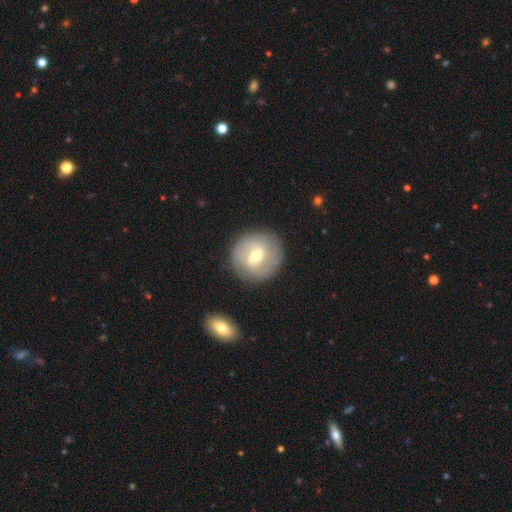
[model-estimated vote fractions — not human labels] Overall: featured or disk (66%; smooth 28%). Edge-on disk: no (96%). Bar: weak (58%; strong 22%). Spiral arms: yes (77%). Bulge size: moderate (70%). Merging: none (83%).